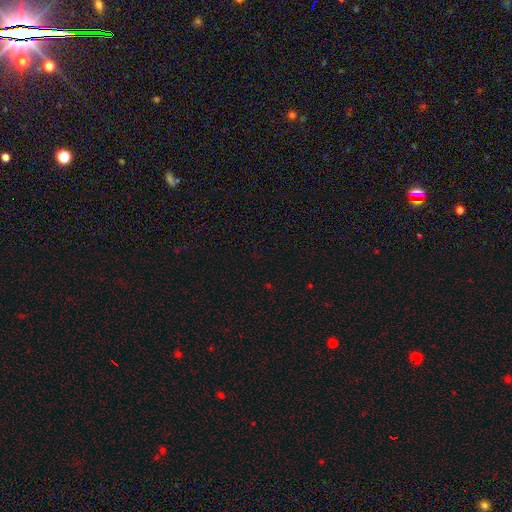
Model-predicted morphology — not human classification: This is likely a star or artifact rather than a galaxy (69%).